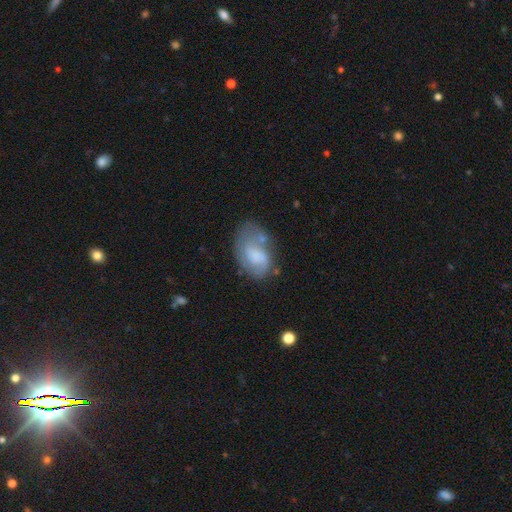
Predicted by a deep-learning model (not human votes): A smooth galaxy with no disk features (51%) that is in between round and cigar-shaped (87%).

Vote fractions:
- Smooth or featured? smooth: 51% / featured or disk: 41% / star or artifact: 8%
- How rounded? in between: 87% / round: 12% / cigar-shaped: 1%
- Merging? none: 42% / minor disturbance: 28% / major disturbance: 21% / merger: 9%